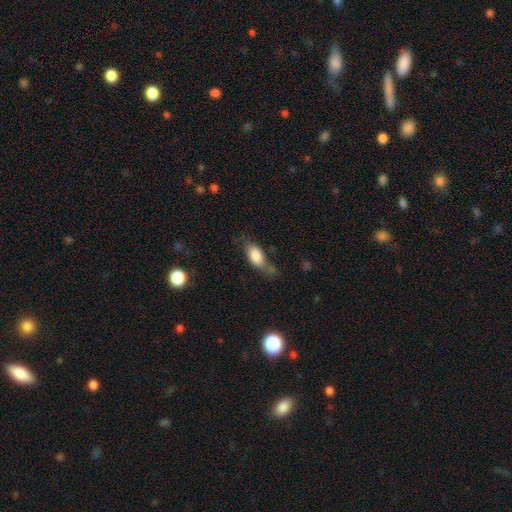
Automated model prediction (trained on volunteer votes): smooth_or_featured: smooth (p=0.77) [alt: featured or disk p=0.15]
how_rounded: in between (p=0.85) [alt: cigar-shaped p=0.10]
merging: none (p=0.39) [alt: minor disturbance p=0.33]